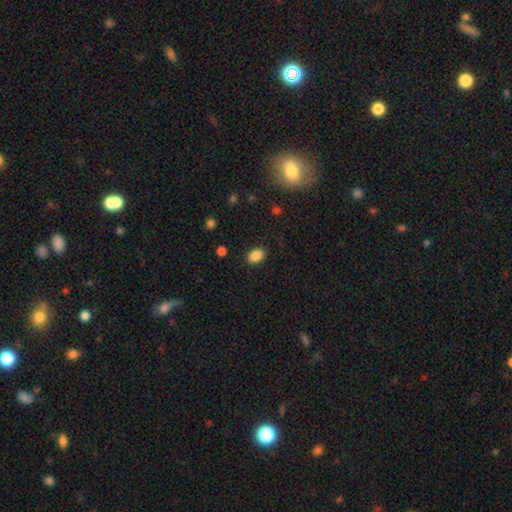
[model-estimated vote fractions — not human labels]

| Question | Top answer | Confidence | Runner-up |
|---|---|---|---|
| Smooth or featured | smooth | 87% | star or artifact (9%) |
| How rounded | in between | 83% | round (15%) |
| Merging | none | 87% | minor disturbance (10%) |